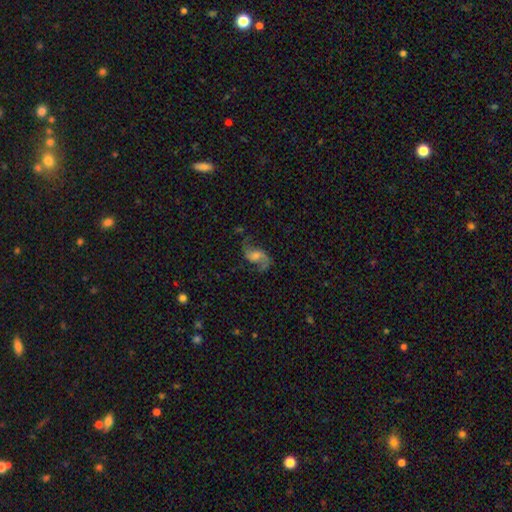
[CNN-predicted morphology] smooth-or-featured: featured or disk: 81% | smooth: 11% | star or artifact: 7%
  disk-edge-on: no: 97% | yes: 3%
    bar: no: 48% | weak: 41% | strong: 11%
    has-spiral-arms: yes: 96% | no: 4%
      spiral-winding: loose: 68% | medium: 27% | tight: 5%
      spiral-arm-count: 2: 91% | 1: 4% | can't tell: 2% | 3: 1% | 4: 1% | more than 4: 1%
    bulge-size: small: 36% | moderate: 34% | none: 18% | large: 10% | dominant: 2%
  merging: none: 67% | minor disturbance: 17% | major disturbance: 13% | merger: 2%